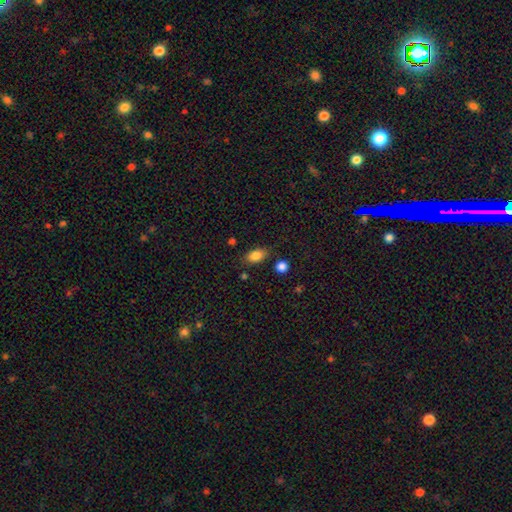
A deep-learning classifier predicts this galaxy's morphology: smooth_or_featured: smooth (p=0.84) [alt: star or artifact p=0.09]
how_rounded: in between (p=0.87) [alt: round p=0.09]
merging: none (p=0.78) [alt: minor disturbance p=0.14]